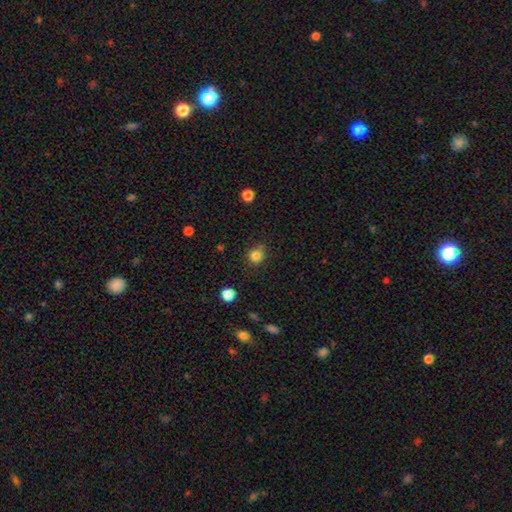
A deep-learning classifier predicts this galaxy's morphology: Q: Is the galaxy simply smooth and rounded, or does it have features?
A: smooth — 82%.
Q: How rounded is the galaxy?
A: round — 88%.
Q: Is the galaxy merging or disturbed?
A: none — 78%.